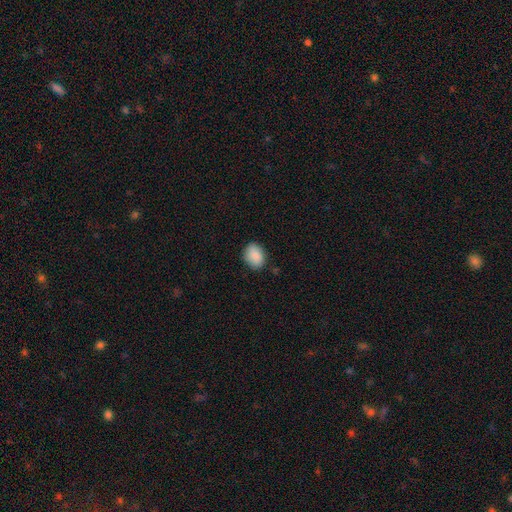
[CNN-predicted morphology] Smooth or featured?
  - smooth: 89% *
  - star or artifact: 7%
  - featured or disk: 4%
How rounded?
  - in between: 65% *
  - round: 34%
  - cigar-shaped: 1%
Merging?
  - none: 82% *
  - minor disturbance: 15%
  - major disturbance: 3%
  - merger: 1%